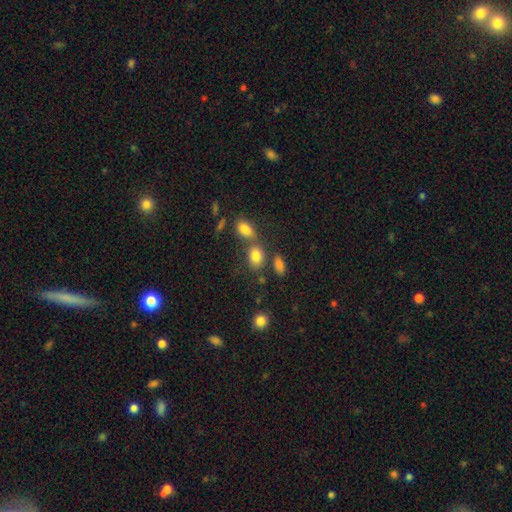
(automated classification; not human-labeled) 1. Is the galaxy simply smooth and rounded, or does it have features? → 82% smooth, 10% star or artifact, 8% featured or disk.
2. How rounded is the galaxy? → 76% in between, 22% round, 2% cigar-shaped.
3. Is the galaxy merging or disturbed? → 57% none, 25% merger, 13% minor disturbance, 5% major disturbance.